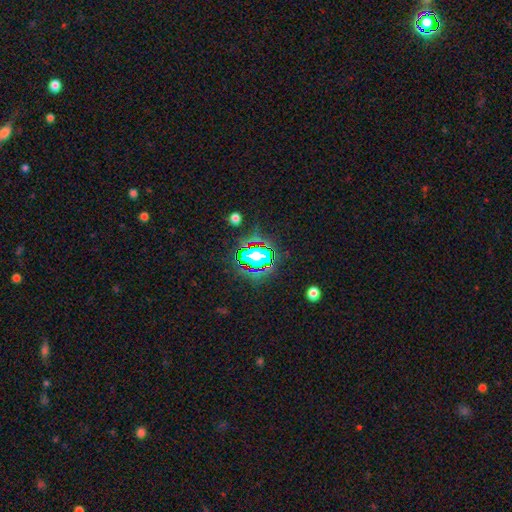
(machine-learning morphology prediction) star or artifact 62%, smooth 24%, featured or disk 14%.